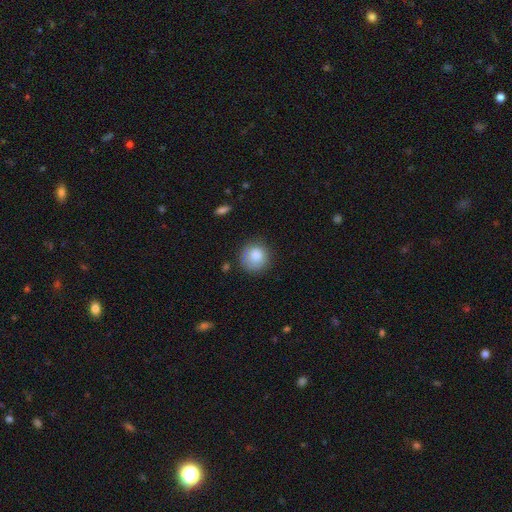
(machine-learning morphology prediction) This appears to be a smooth galaxy with no disk features (82%) that is round (91%). Merging: none (76%).